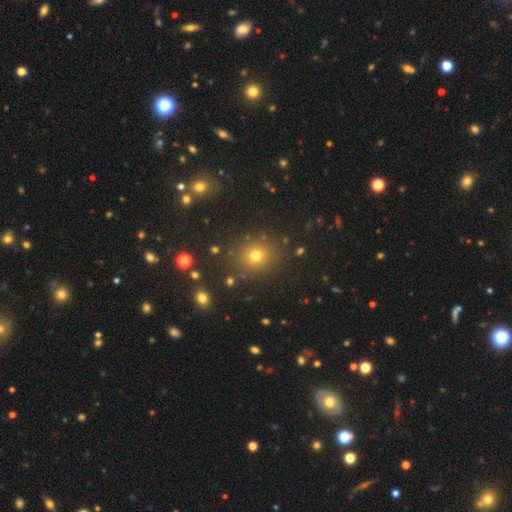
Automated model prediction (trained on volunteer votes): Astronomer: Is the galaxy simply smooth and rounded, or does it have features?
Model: smooth — 69%.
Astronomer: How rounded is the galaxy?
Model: round — 87%.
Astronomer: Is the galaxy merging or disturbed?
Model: none — 87%.